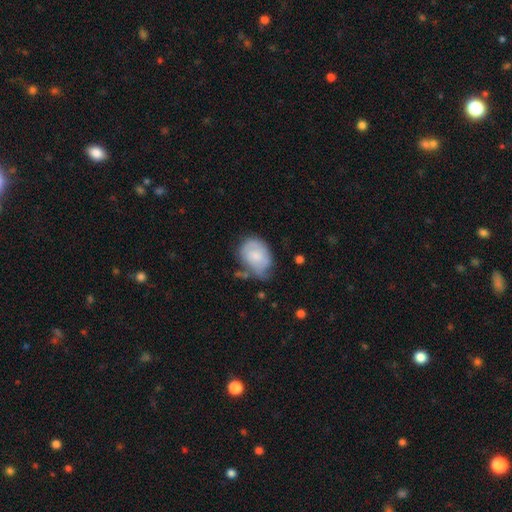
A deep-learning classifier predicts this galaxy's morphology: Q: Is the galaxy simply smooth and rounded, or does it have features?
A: smooth — 61%.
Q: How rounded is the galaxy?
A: in between — 72%.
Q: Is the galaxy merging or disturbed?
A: none — 45%.